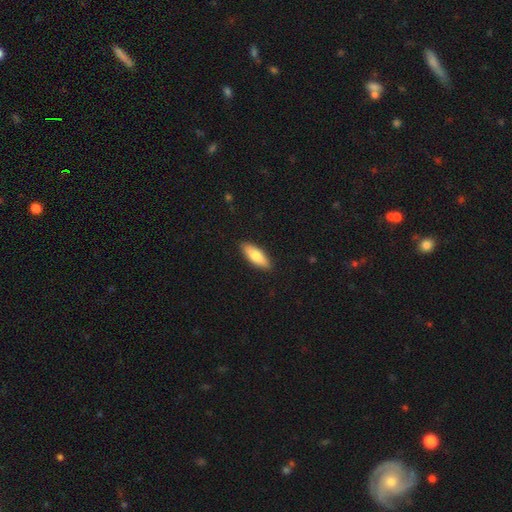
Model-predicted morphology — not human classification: Smooth or featured?
  - smooth: 80% *
  - featured or disk: 14%
  - star or artifact: 5%
How rounded?
  - in between: 69% *
  - cigar-shaped: 29%
  - round: 2%
Merging?
  - none: 89% *
  - minor disturbance: 8%
  - major disturbance: 2%
  - merger: 1%